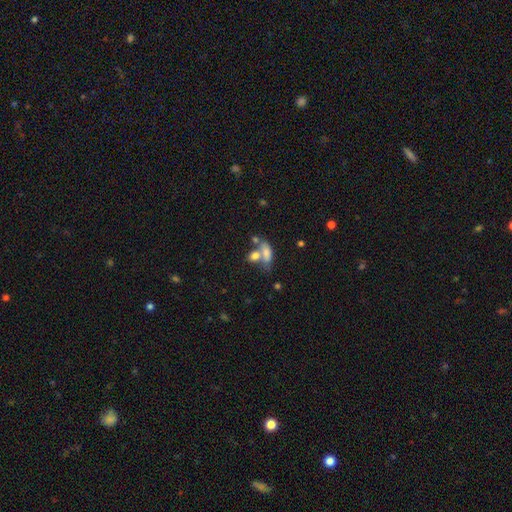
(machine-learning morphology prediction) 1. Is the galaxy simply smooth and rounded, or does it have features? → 72% smooth, 18% featured or disk, 10% star or artifact.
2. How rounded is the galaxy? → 75% in between, 13% round, 11% cigar-shaped.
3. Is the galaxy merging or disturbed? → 49% merger, 32% none, 11% minor disturbance, 7% major disturbance.